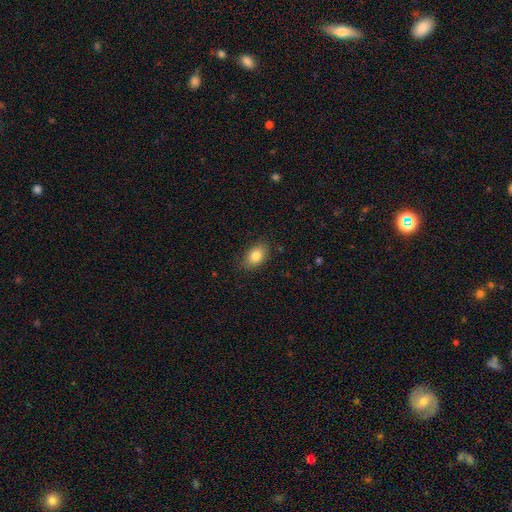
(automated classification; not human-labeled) A smooth galaxy with no disk features (83%) that is in between round and cigar-shaped (86%). Merging: none (83%).